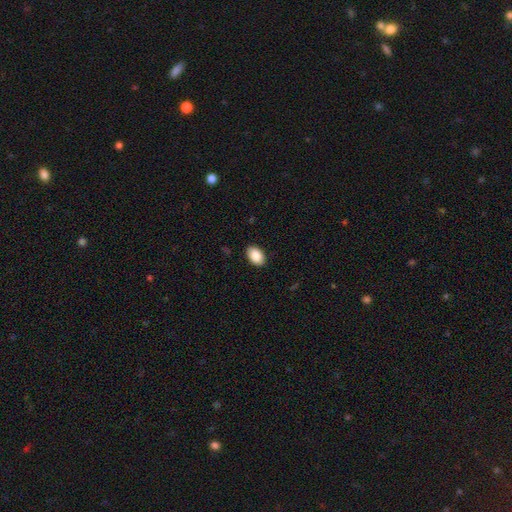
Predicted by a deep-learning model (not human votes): smooth 89%, star or artifact 7%, featured or disk 4%. Down the decision tree: how rounded — in between (90%); merging — none (89%).